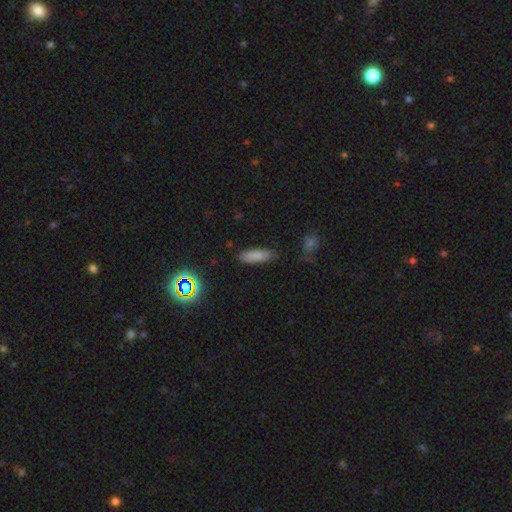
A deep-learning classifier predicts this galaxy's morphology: type=smooth (81%); roundness=in between (55%); merging=none (83%).